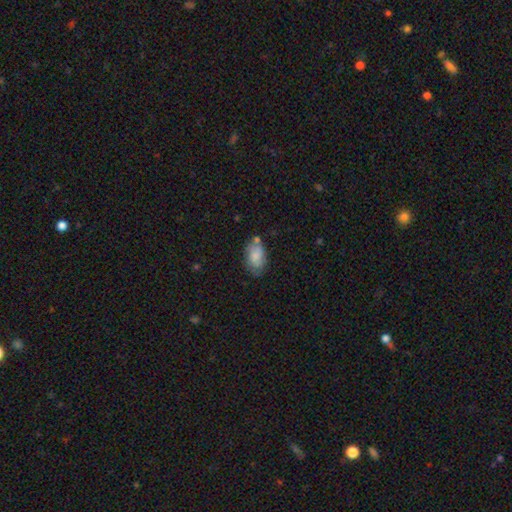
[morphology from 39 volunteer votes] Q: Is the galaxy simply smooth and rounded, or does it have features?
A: smooth — 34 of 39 (87%).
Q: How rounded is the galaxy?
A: in between — 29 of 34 (85%).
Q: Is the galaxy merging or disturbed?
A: none — 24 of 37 (65%).